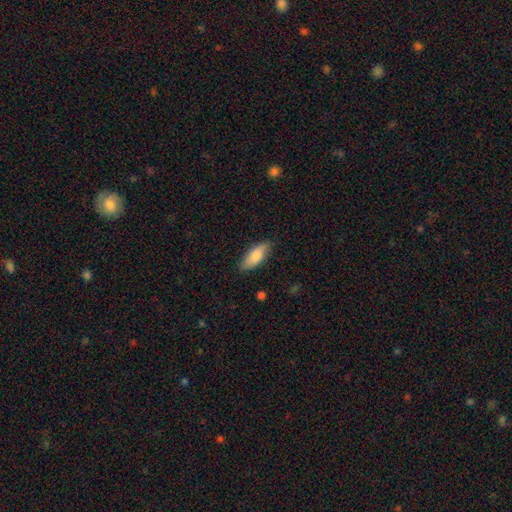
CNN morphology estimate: Smooth or featured? Predicted: smooth (p=0.80). How rounded? Predicted: in between (p=0.74). Merging? Predicted: none (p=0.81).